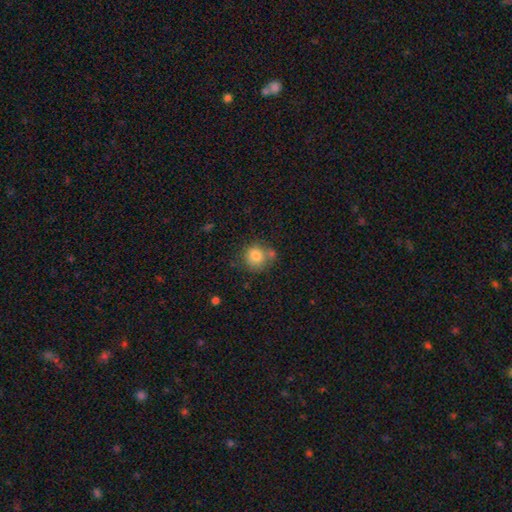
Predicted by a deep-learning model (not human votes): A smooth galaxy with no disk features (81%) that is round (86%). Merging: none (60%).